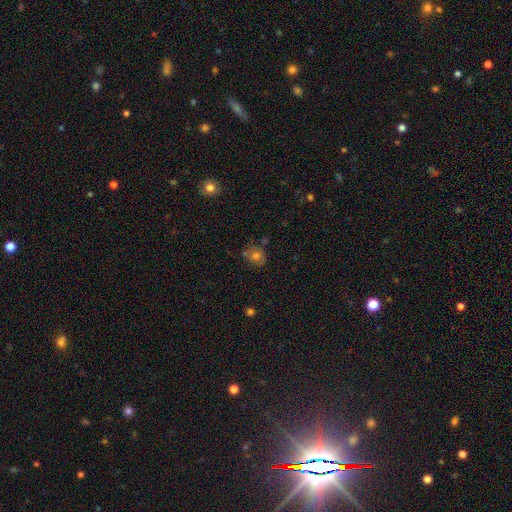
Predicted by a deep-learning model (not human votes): Smooth or featured? Predicted: smooth (p=0.60). How rounded? Predicted: round (p=0.67). Merging? Predicted: none (p=0.66).